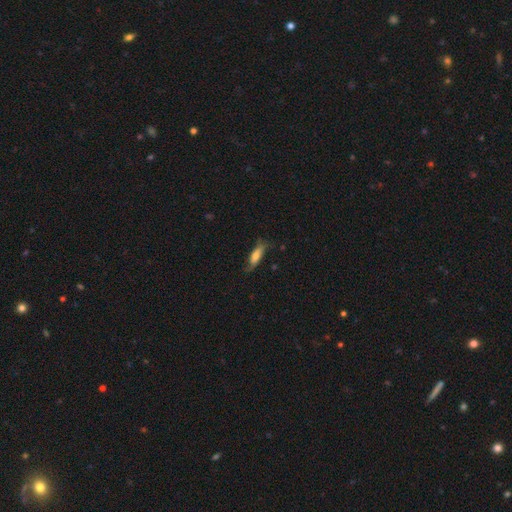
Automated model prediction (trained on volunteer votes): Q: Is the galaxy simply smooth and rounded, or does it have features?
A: smooth — 61%.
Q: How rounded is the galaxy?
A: cigar-shaped — 52%.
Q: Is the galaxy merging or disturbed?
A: none — 64%.